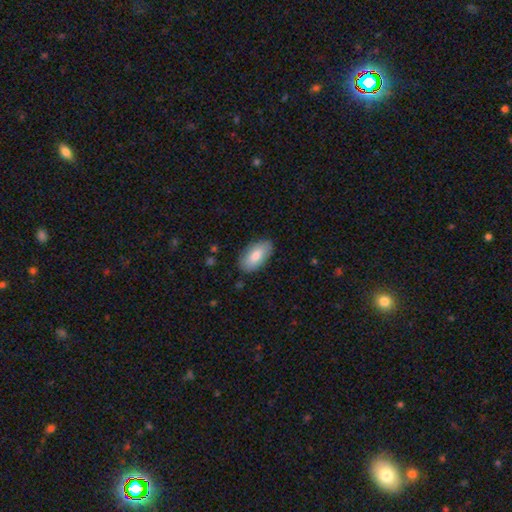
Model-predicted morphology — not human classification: This is likely a smooth galaxy (80%). How rounded: clearly in between (94%). Merging: clearly none (85%).